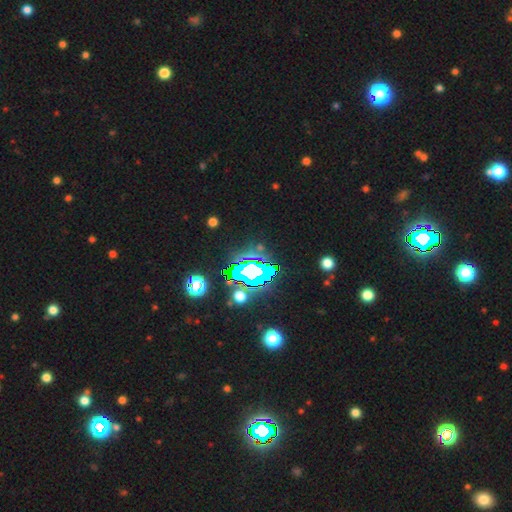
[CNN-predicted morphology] Q: Smooth or featured?
A: star or artifact (81%); runner-up: smooth (11%)